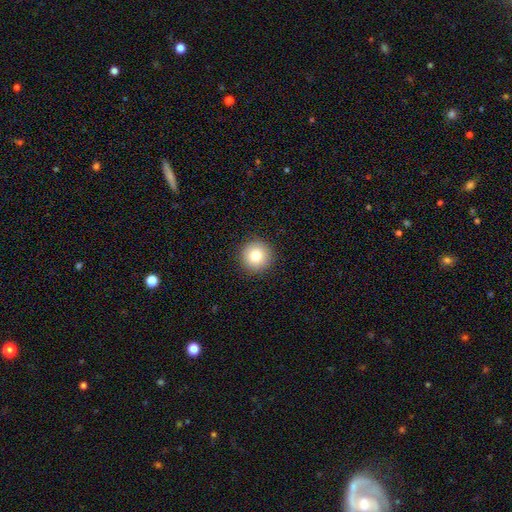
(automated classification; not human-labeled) Smooth or featured: smooth — 81% (star or artifact — 10%)
How rounded: round — 96% (in between — 3%)
Merging: none — 92% (minor disturbance — 5%)